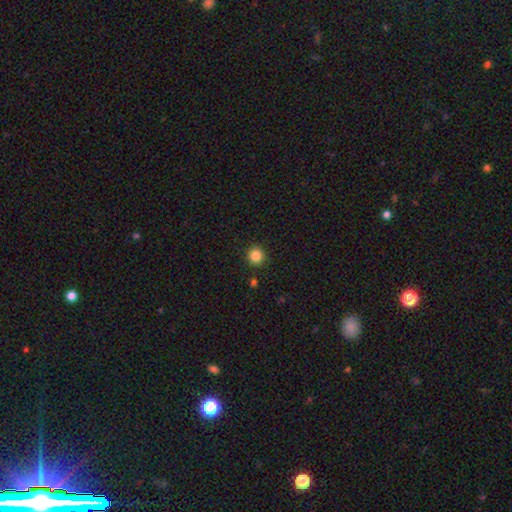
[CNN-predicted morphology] This is clearly a smooth galaxy (84%). How rounded: clearly round (95%). Merging: clearly none (92%).